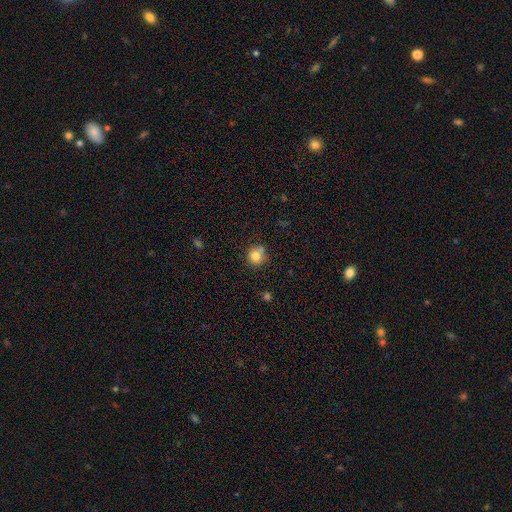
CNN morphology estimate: The model was most divided on "merging": none: 68%, minor disturbance: 17%, merger: 11%, major disturbance: 4%. More confident: how rounded — round (89%); smooth or featured — smooth (80%).